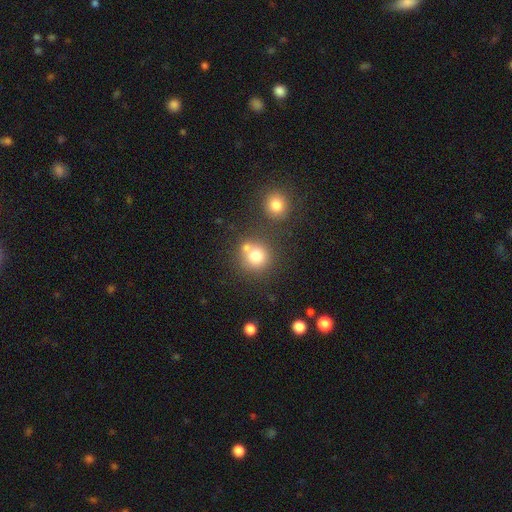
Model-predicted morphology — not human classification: smooth-or-featured: smooth: 76% | star or artifact: 12% | featured or disk: 11%
  how-rounded: round: 89% | in between: 10% | cigar-shaped: 1%
  merging: none: 59% | merger: 27% | minor disturbance: 10% | major disturbance: 4%